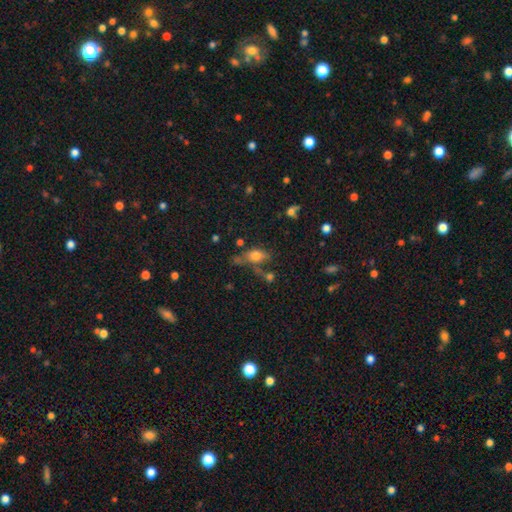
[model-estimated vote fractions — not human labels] Smooth or featured: smooth — 70% (featured or disk — 18%)
How rounded: in between — 79% (round — 11%)
Merging: none — 43% (minor disturbance — 22%)